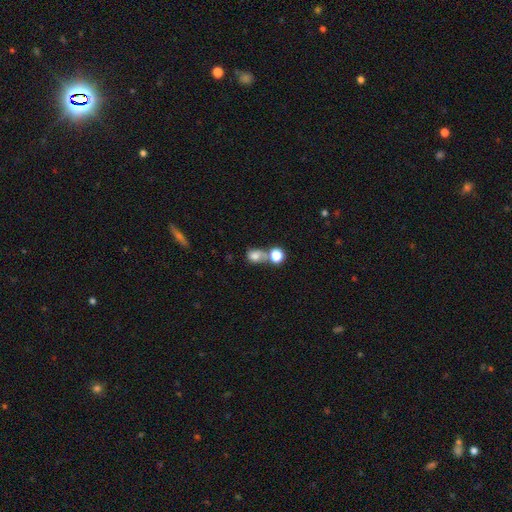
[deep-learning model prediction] The model was most divided on "how rounded": round: 56%, in between: 42%, cigar-shaped: 2%. Remaining: smooth or featured — smooth (74%); merging — merger (48%).